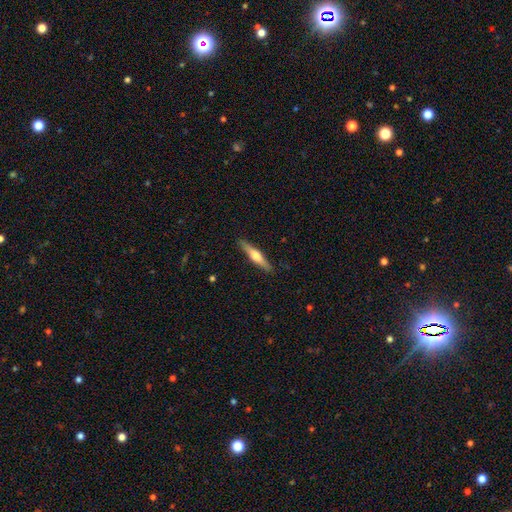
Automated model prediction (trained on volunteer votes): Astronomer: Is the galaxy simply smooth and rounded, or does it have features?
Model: featured or disk — 59% (runner-up: smooth, 36%).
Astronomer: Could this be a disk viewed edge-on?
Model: yes — 96%.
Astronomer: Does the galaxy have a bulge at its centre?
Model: rounded — 92%.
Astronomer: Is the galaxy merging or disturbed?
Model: none — 90%.